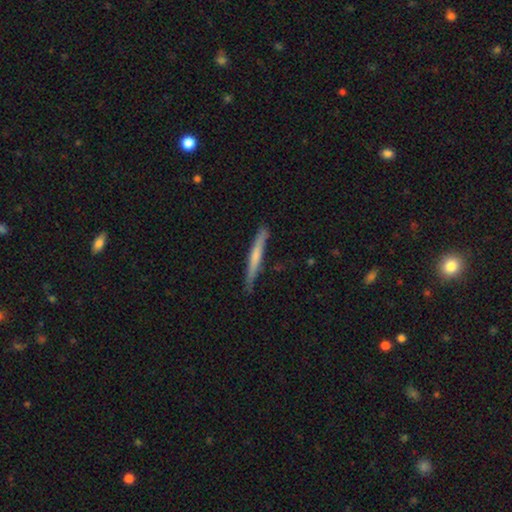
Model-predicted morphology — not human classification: This appears to be a smooth galaxy with no disk features (51%) that is cigar-shaped (96%). Merging: none (83%).